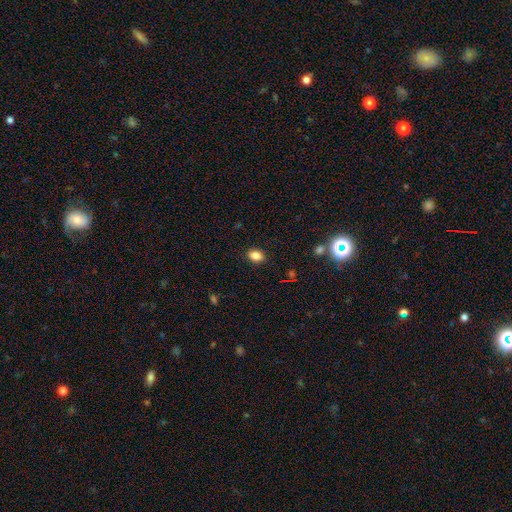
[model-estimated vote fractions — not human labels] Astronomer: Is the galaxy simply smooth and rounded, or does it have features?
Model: smooth — 85%.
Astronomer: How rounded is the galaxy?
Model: in between — 70%.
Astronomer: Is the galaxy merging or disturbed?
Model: none — 88%.